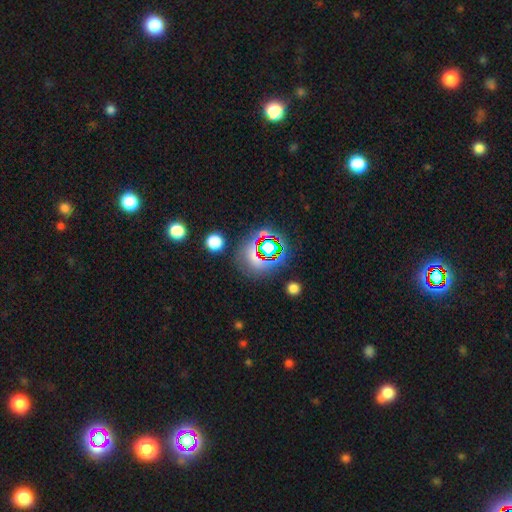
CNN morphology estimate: A star or artifact, not a galaxy (57%).

Vote fractions:
- Smooth or featured? star or artifact: 57% / smooth: 30% / featured or disk: 12%